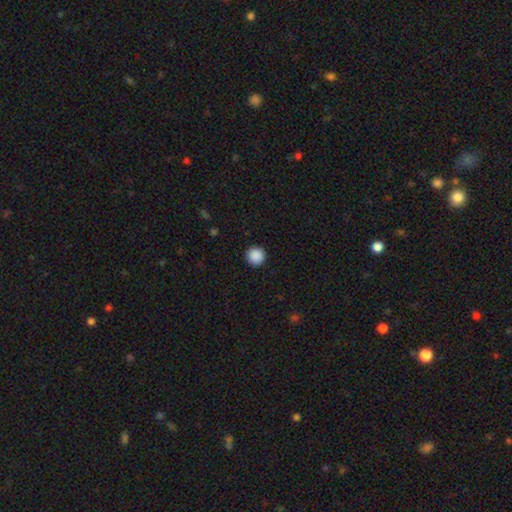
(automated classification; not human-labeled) Overall: smooth (89%). How rounded: round (96%). Merging: none (93%).